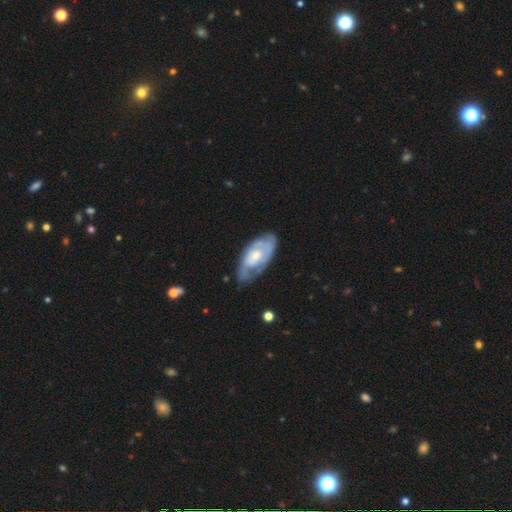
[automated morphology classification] Smooth or featured: featured or disk — 62% (smooth — 32%)
Edge-on disk: no — 91% (yes — 9%)
Bar: no — 76% (weak — 20%)
Spiral arms: yes — 62% (no — 38%)
Bulge size: moderate — 51% (small — 35%)
Merging: none — 58% (minor disturbance — 27%)